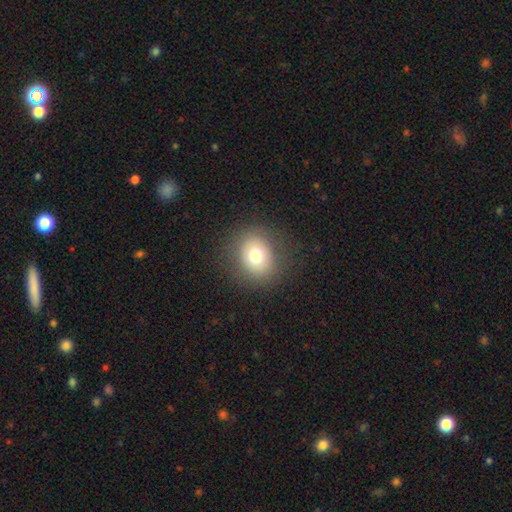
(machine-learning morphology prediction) Overall: smooth (75%). How rounded: round (72%). Merging: none (85%).